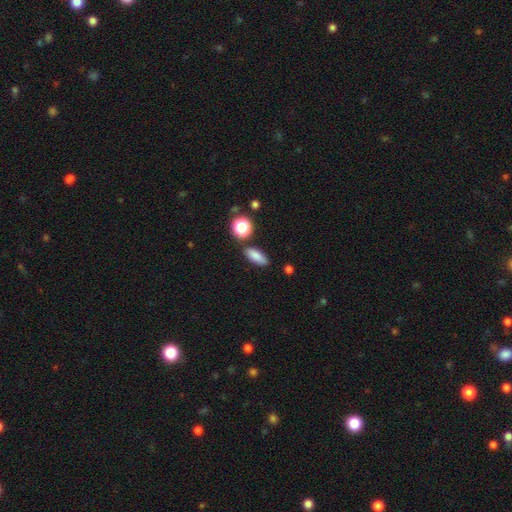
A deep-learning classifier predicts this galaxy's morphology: Smooth or featured: smooth — 82% (star or artifact — 11%)
How rounded: in between — 72% (cigar-shaped — 21%)
Merging: none — 82% (minor disturbance — 11%)